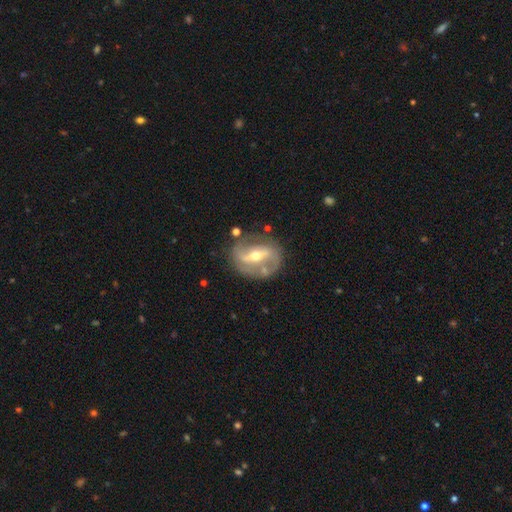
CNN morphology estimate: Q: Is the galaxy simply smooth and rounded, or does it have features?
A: featured or disk — 82%.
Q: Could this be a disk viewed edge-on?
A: no — 93%.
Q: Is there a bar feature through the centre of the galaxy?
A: strong — 59%.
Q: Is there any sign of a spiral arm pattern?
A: yes — 81%.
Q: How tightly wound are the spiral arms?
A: medium — 42%.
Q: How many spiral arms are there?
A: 2 — 83%.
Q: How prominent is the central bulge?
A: moderate — 59%.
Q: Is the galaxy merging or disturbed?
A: none — 72%.